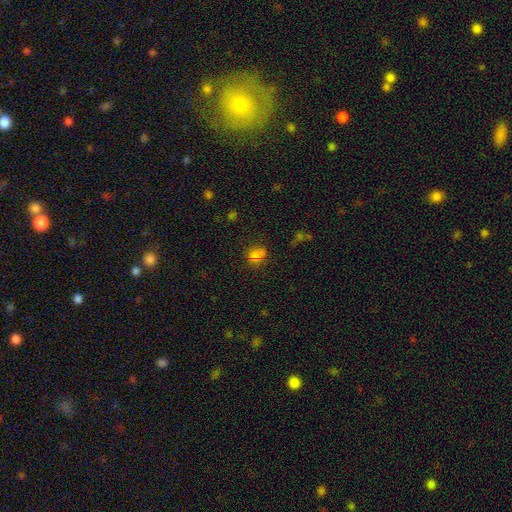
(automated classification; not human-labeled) Smooth or featured? smooth (64%)
How rounded? round (62%)
Merging? none (70%)